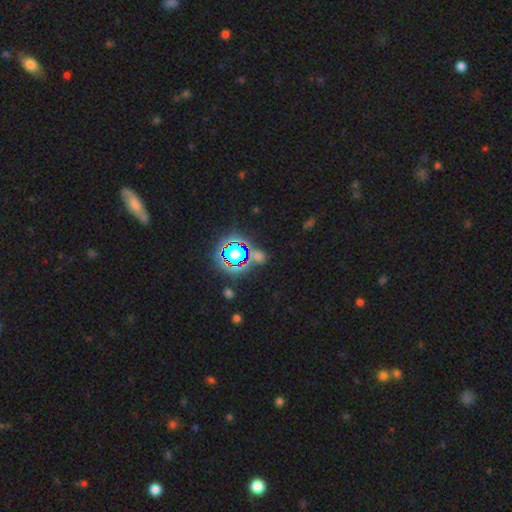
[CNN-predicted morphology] Q: Smooth or featured?
A: star or artifact (70%); runner-up: smooth (21%)